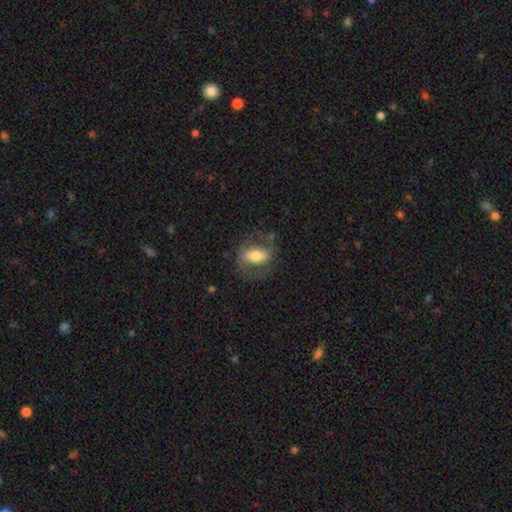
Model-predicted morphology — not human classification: Smooth or featured? smooth (49%)
Merging? none (66%)